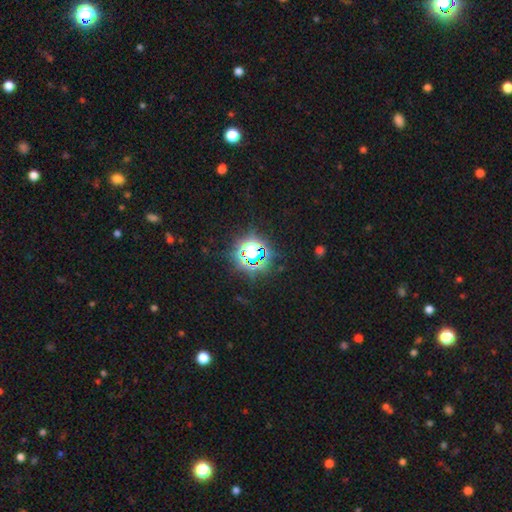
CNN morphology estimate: type=star or artifact (77%).